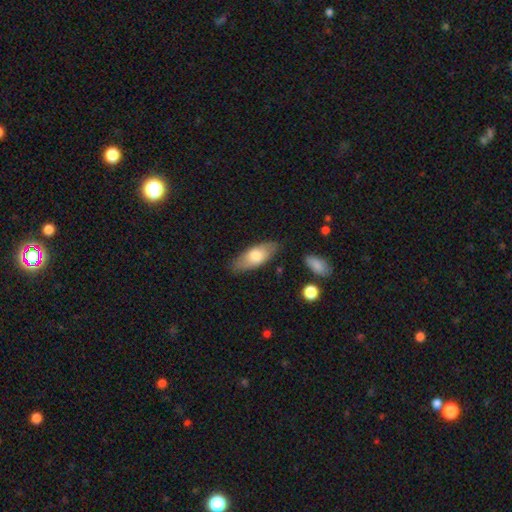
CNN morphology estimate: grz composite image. It shows a smooth galaxy with no disk features (70%) that is in between round and cigar-shaped (79%). Merging: none (81%).